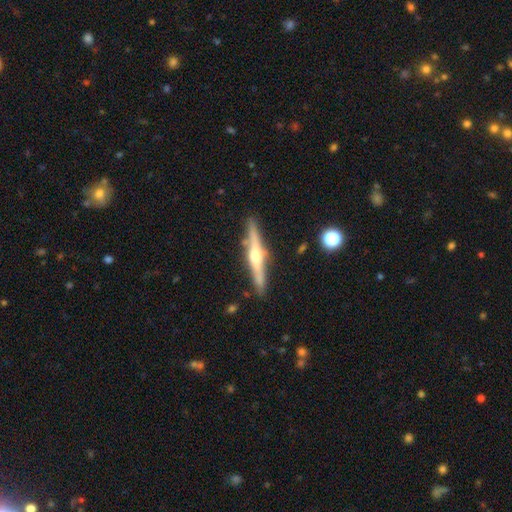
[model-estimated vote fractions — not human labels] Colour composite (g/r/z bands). It shows a featured or disk galaxy (73%) viewed edge-on (98%) with a rounded central bulge (89%). Merging: none (87%).